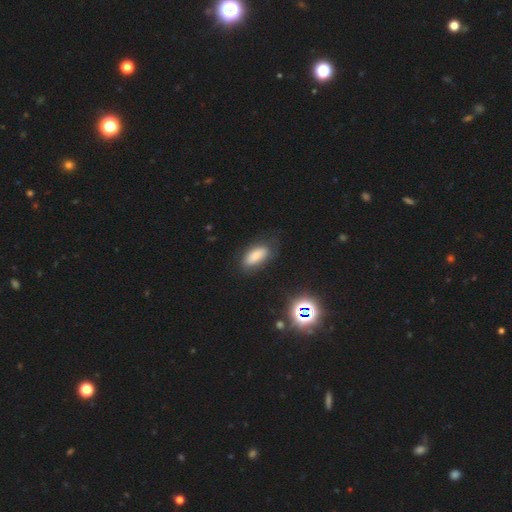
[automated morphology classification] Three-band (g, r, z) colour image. It shows a smooth galaxy with no disk features (82%) that is in between round and cigar-shaped (83%). Merging: none (76%).